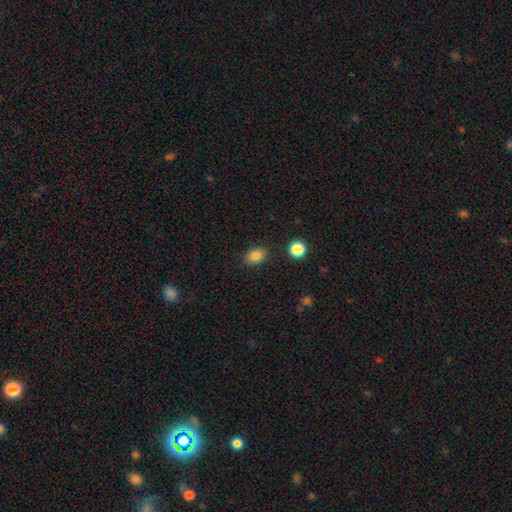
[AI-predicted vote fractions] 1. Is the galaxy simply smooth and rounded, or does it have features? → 84% smooth, 11% star or artifact, 5% featured or disk.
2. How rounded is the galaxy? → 71% in between, 28% round, 1% cigar-shaped.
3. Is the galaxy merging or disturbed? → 85% none, 10% minor disturbance, 3% major disturbance, 2% merger.